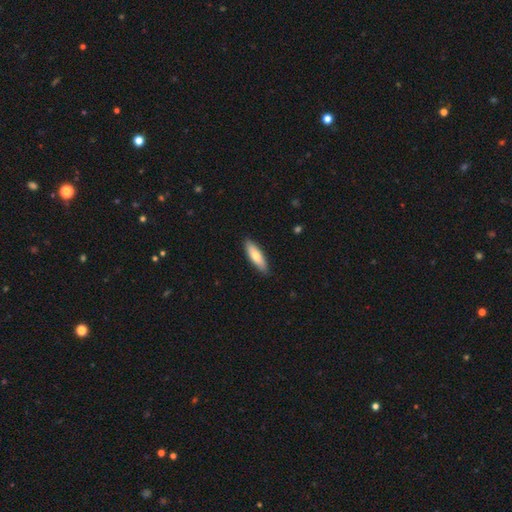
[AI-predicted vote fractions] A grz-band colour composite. It shows a smooth galaxy with no disk features (74%) that is cigar-shaped (50%). Merging: none (87%).